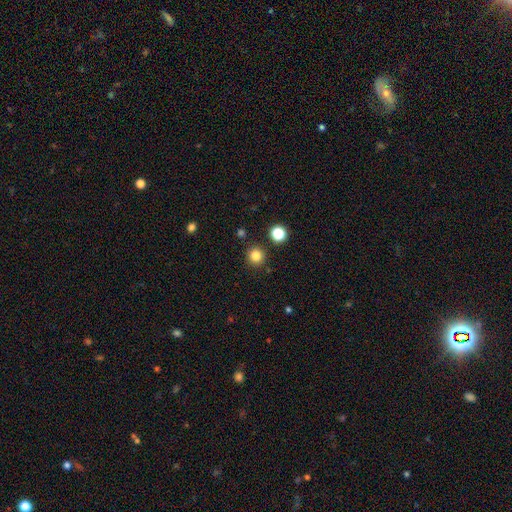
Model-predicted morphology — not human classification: This is clearly a smooth galaxy (82%). How rounded: clearly round (94%). Merging: clearly none (89%).